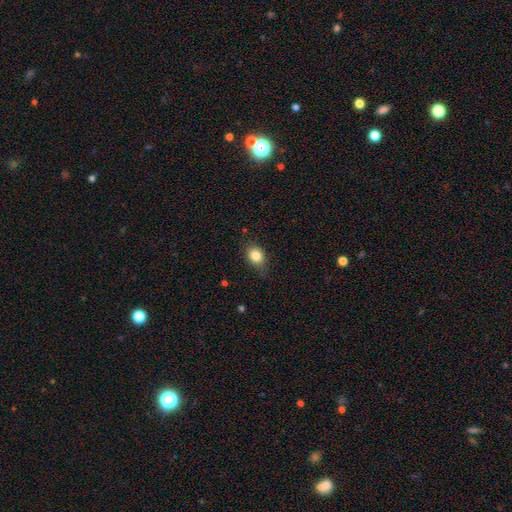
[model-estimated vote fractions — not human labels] smooth-or-featured: smooth: 83% | star or artifact: 9% | featured or disk: 8%
  how-rounded: in between: 59% | round: 39% | cigar-shaped: 1%
  merging: none: 72% | minor disturbance: 21% | major disturbance: 5% | merger: 1%